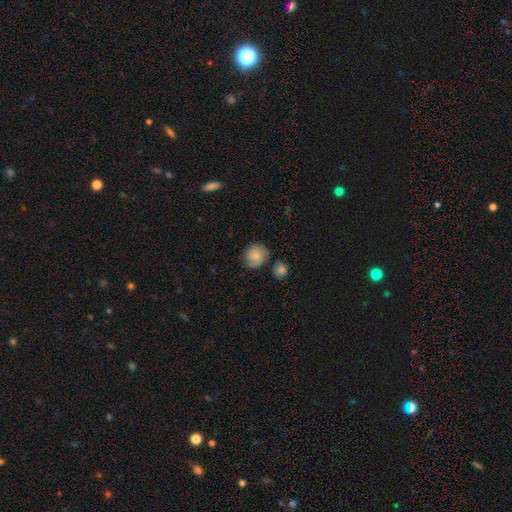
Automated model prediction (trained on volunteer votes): Q: Smooth or featured?
A: smooth (73%); runner-up: featured or disk (18%)
Q: How rounded?
A: round (76%); runner-up: in between (23%)
Q: Merging?
A: none (62%); runner-up: minor disturbance (23%)